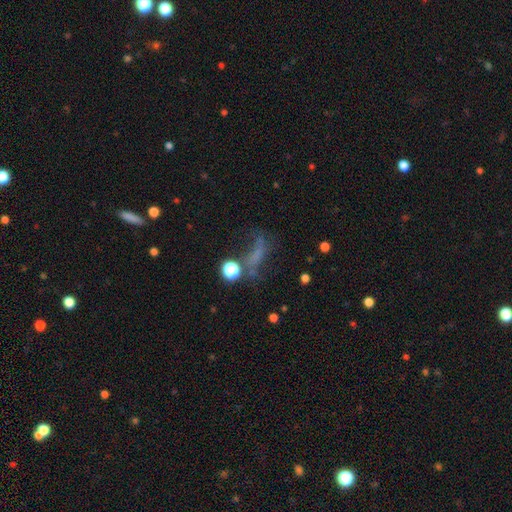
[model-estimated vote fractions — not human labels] This is marginally a smooth galaxy (42%). Merging: marginally none (39%).